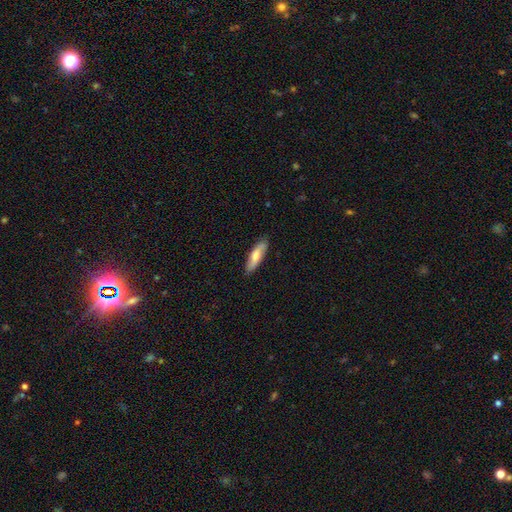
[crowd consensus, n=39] smooth-or-featured: smooth: 72% | featured or disk: 23% | star or artifact: 5%
  how-rounded: cigar-shaped: 75% | in between: 25% | round: 0%
  merging: none: 78% | minor disturbance: 11% | major disturbance: 11% | merger: 0%